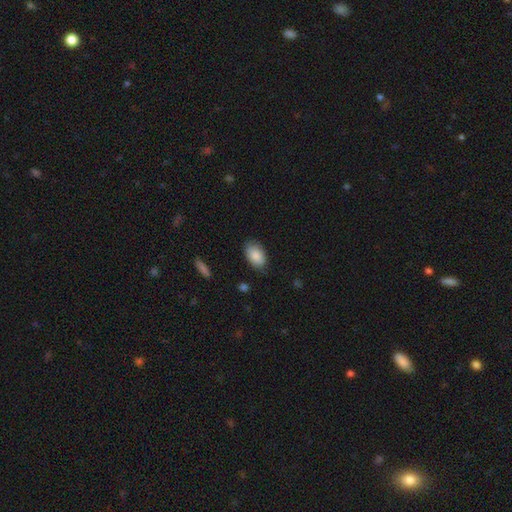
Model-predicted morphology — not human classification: Smooth or featured? smooth (87%)
How rounded? in between (91%)
Merging? none (79%)